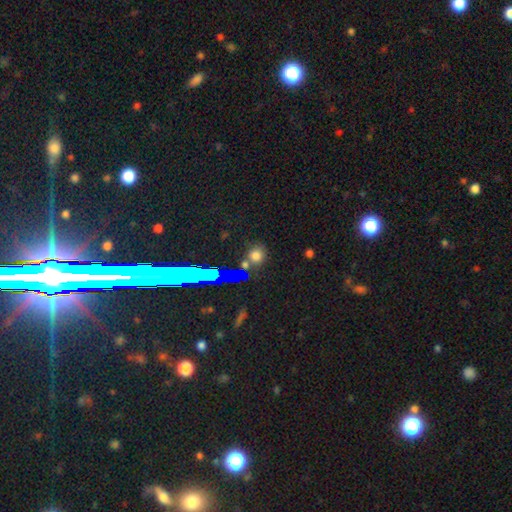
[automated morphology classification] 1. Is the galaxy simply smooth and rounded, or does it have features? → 70% smooth, 23% star or artifact, 7% featured or disk.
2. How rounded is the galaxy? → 84% round, 14% in between, 2% cigar-shaped.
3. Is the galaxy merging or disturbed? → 78% none, 11% minor disturbance, 7% merger, 4% major disturbance.